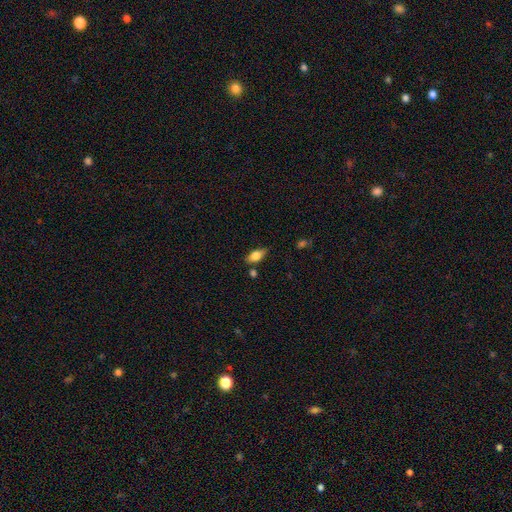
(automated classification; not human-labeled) smooth_or_featured: smooth (p=0.70) [alt: featured or disk p=0.22]
how_rounded: in between (p=0.84) [alt: cigar-shaped p=0.12]
merging: none (p=0.74) [alt: minor disturbance p=0.17]